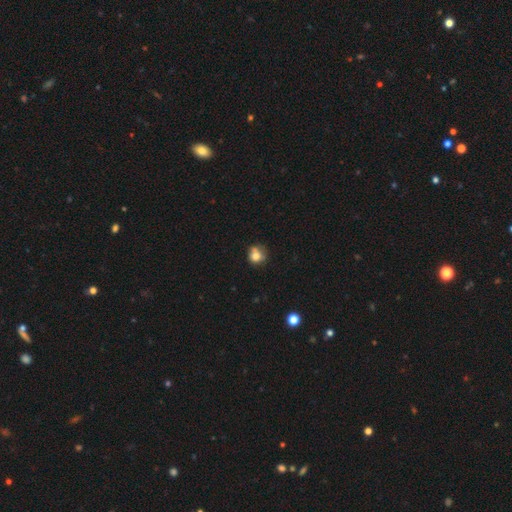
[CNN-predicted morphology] A smooth galaxy with no disk features (76%) that is round (78%). Merging: none (51%).